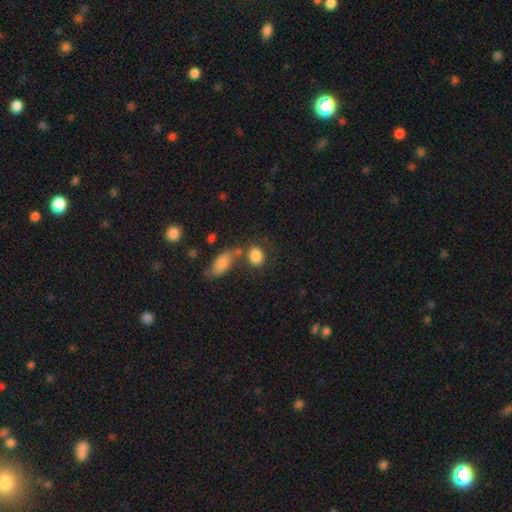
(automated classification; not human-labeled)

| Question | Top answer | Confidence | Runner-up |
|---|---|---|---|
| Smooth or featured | smooth | 85% | star or artifact (9%) |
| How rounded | round | 53% | in between (44%) |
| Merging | none | 58% | merger (22%) |